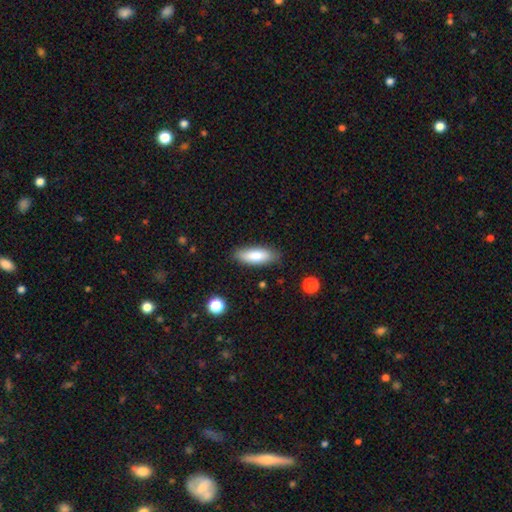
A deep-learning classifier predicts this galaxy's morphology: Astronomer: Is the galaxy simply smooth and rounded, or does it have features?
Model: smooth — 79%.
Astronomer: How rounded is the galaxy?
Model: in between — 66%.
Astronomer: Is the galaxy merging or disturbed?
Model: none — 85%.